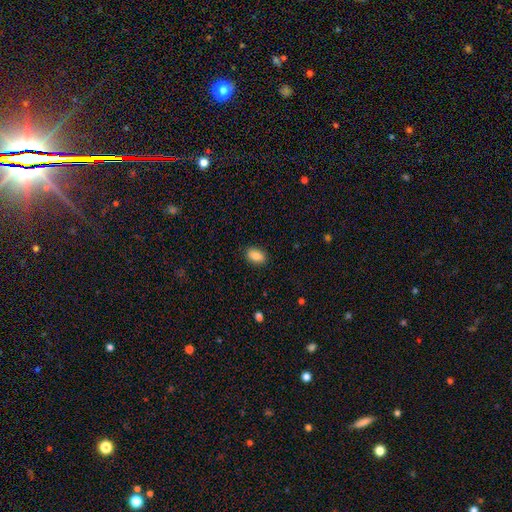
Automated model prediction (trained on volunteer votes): Smooth or featured? smooth (85%)
How rounded? in between (85%)
Merging? none (88%)